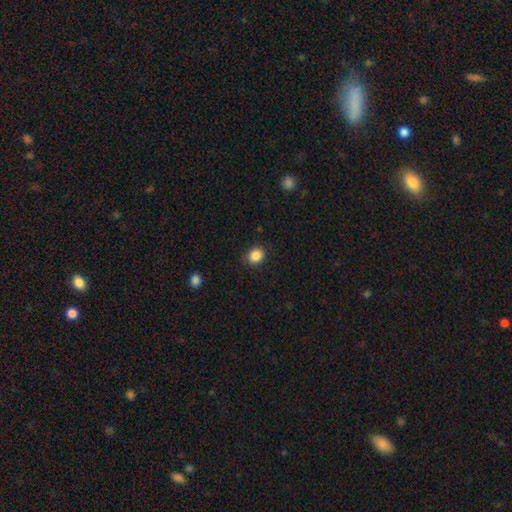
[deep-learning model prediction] Smooth or featured?
  - smooth: 86% *
  - star or artifact: 10%
  - featured or disk: 4%
How rounded?
  - round: 69% *
  - in between: 30%
  - cigar-shaped: 1%
Merging?
  - none: 87% *
  - minor disturbance: 9%
  - major disturbance: 2%
  - merger: 1%